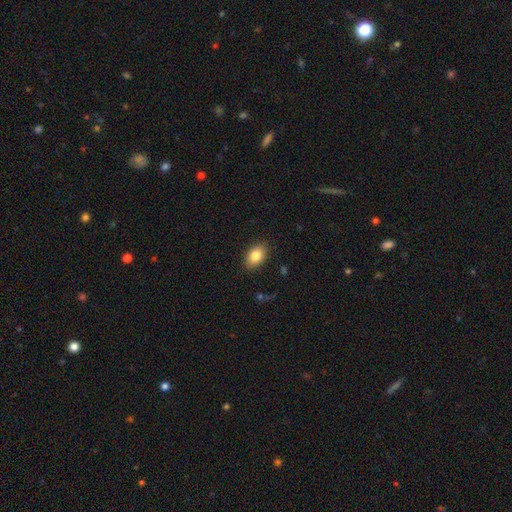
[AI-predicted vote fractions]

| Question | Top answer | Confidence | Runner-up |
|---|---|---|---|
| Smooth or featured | smooth | 85% | star or artifact (8%) |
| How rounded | in between | 85% | round (14%) |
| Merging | none | 86% | minor disturbance (10%) |